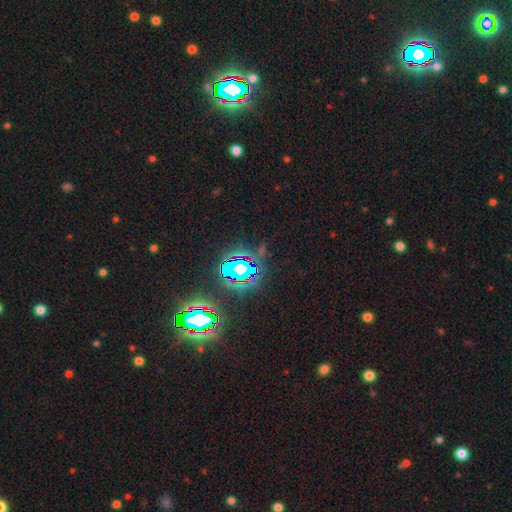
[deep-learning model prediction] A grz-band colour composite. It shows a star or artifact, not a galaxy (84%).